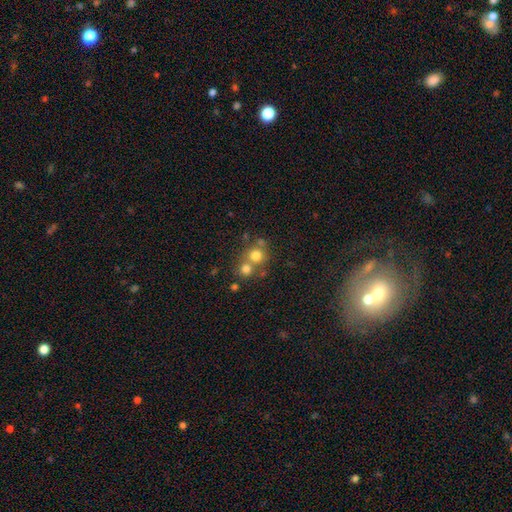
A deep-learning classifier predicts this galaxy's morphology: Smooth or featured? Predicted: smooth (p=0.73). How rounded? Predicted: round (p=0.89). Merging? Predicted: none (p=0.50).